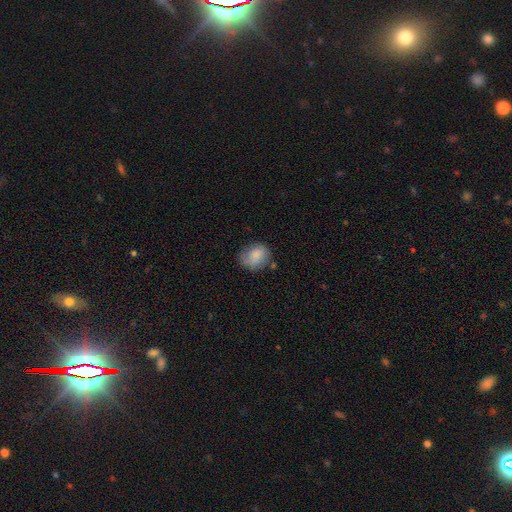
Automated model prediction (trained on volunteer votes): Overall: smooth (82%). How rounded: round (52%; in between 47%). Merging: none (64%; minor disturbance 25%).